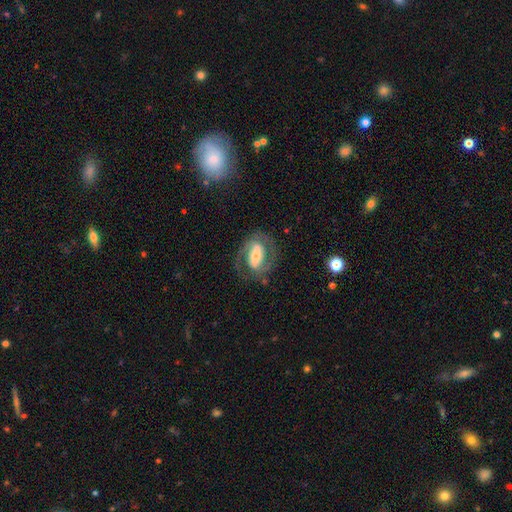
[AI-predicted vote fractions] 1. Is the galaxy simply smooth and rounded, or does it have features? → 74% featured or disk, 20% smooth, 6% star or artifact.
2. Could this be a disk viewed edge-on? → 95% no, 5% yes.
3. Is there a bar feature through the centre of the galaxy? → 50% strong, 28% weak, 21% no.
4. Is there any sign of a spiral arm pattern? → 82% yes, 18% no.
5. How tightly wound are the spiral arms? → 47% medium, 37% tight, 16% loose.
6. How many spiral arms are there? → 84% 2, 8% can't tell, 5% 1, 1% 3, 1% 4, 1% more than 4.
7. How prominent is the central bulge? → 46% moderate, 38% small, 12% large, 2% dominant, 2% none.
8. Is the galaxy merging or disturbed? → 73% none, 15% minor disturbance, 11% major disturbance, 2% merger.